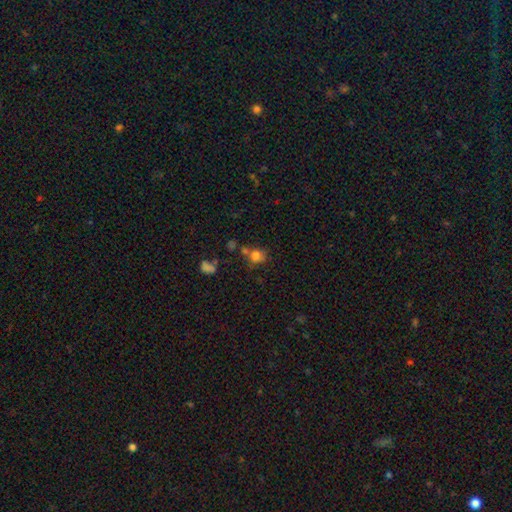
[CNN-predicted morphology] A smooth galaxy with no disk features (77%) that is round (78%). Merging: none (55%).